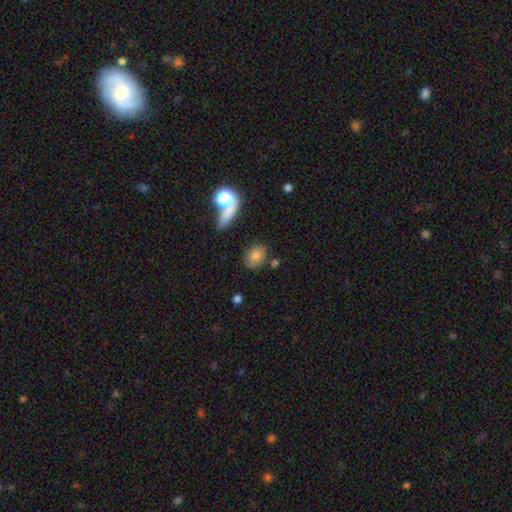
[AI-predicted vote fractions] The model was most divided on "how rounded": in between: 64%, round: 33%, cigar-shaped: 3%. More confident: smooth or featured — smooth (79%); merging — none (74%).